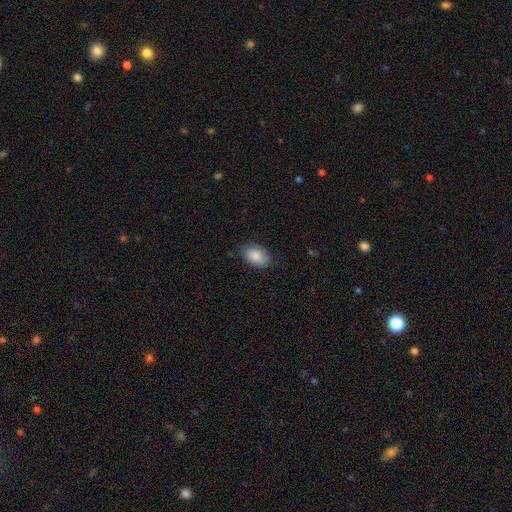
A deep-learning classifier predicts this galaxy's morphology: A smooth galaxy with no disk features (86%) that is in between round and cigar-shaped (90%).

Vote fractions:
- Smooth or featured? smooth: 86% / featured or disk: 7% / star or artifact: 7%
- How rounded? in between: 90% / round: 9% / cigar-shaped: 1%
- Merging? none: 79% / minor disturbance: 17% / major disturbance: 3% / merger: 1%